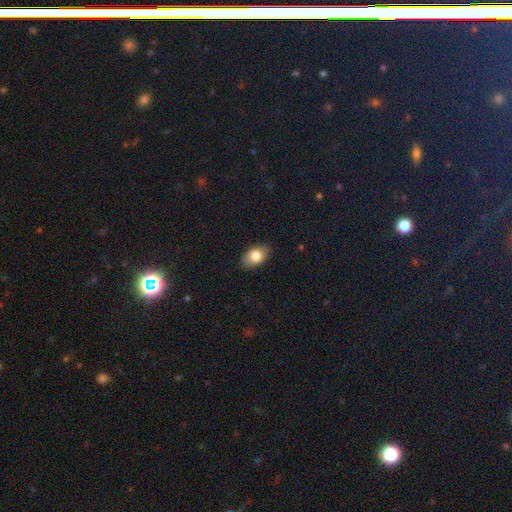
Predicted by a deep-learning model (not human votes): Smooth or featured?
  - smooth: 83% *
  - featured or disk: 10%
  - star or artifact: 7%
How rounded?
  - in between: 88% *
  - round: 10%
  - cigar-shaped: 1%
Merging?
  - none: 86% *
  - minor disturbance: 11%
  - major disturbance: 2%
  - merger: 1%